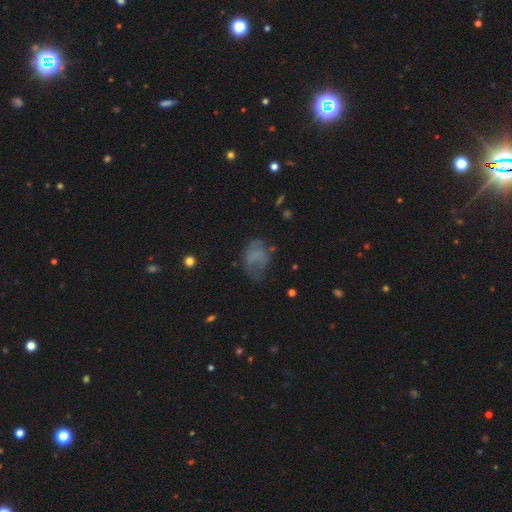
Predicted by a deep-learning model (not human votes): Smooth or featured? Predicted: smooth (p=0.58). How rounded? Predicted: in between (p=0.78). Merging? Predicted: none (p=0.41).